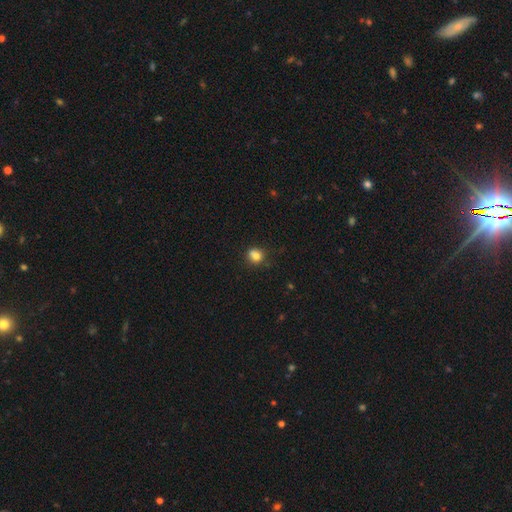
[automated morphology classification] smooth_or_featured: smooth (p=0.80) [alt: star or artifact p=0.12]
how_rounded: round (p=0.76) [alt: in between p=0.23]
merging: none (p=0.65) [alt: minor disturbance p=0.19]